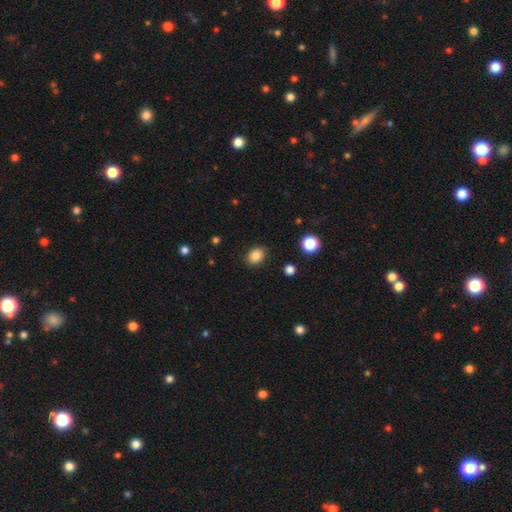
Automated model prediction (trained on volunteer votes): Smooth or featured? smooth (84%)
How rounded? in between (69%)
Merging? none (87%)